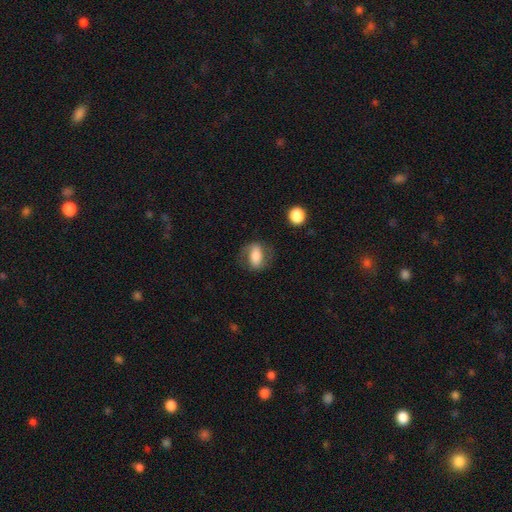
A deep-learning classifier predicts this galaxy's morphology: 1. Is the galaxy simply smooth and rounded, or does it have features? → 56% smooth, 36% featured or disk, 8% star or artifact.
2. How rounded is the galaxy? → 78% in between, 17% round, 5% cigar-shaped.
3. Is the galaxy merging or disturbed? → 69% none, 19% minor disturbance, 11% major disturbance, 2% merger.